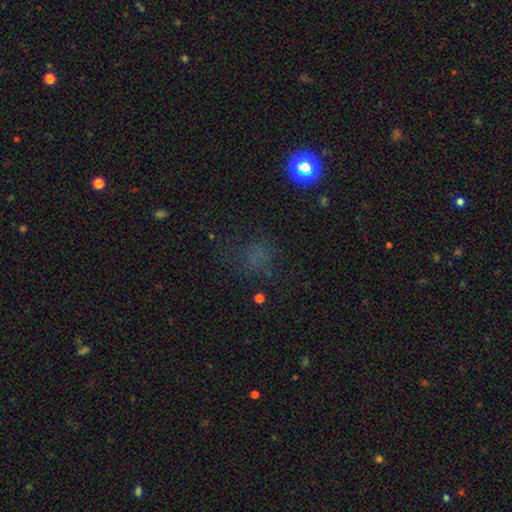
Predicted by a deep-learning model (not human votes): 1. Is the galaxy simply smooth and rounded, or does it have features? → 47% smooth, 38% star or artifact, 15% featured or disk.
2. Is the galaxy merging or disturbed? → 62% none, 18% major disturbance, 17% minor disturbance, 3% merger.